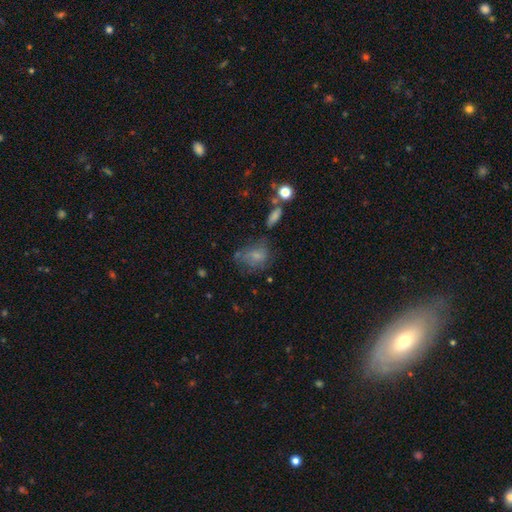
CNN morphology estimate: Smooth or featured? smooth (59%)
How rounded? in between (62%)
Merging? none (42%)